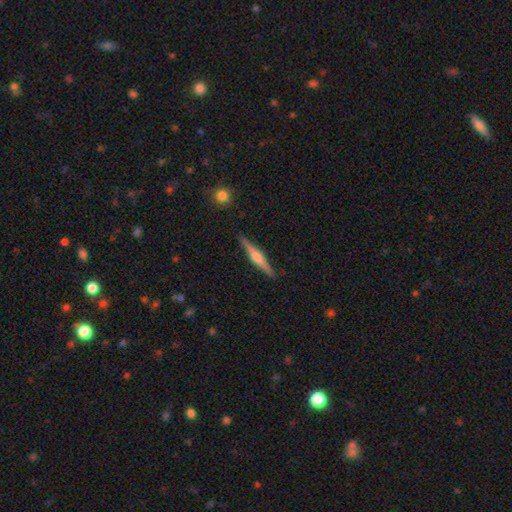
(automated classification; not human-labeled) smooth_or_featured: featured or disk (p=0.74) [alt: smooth p=0.20]
disk_edge_on: yes (p=0.98) [alt: no p=0.02]
edge_on_bulge: rounded (p=0.83) [alt: boxy p=0.10]
merging: none (p=0.91) [alt: minor disturbance p=0.06]